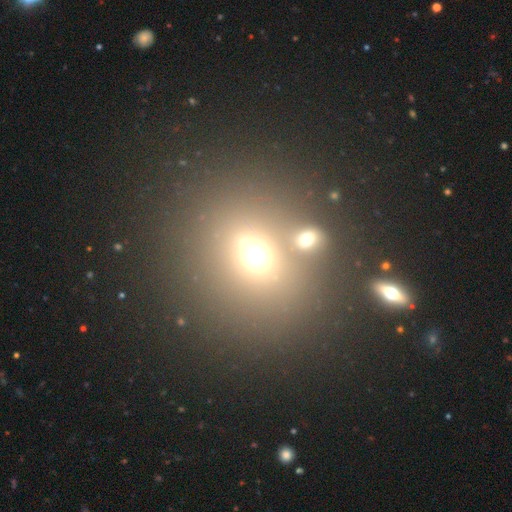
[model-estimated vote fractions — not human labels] smooth_or_featured: smooth (p=0.58) [alt: star or artifact p=0.26]
how_rounded: round (p=0.70) [alt: in between p=0.29]
merging: none (p=0.65) [alt: merger p=0.20]